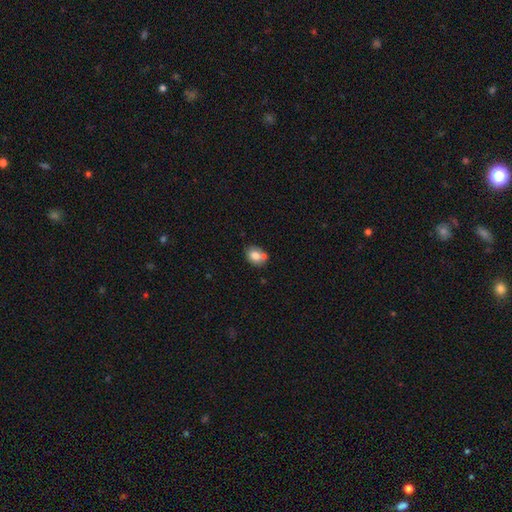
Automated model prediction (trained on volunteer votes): smooth 78%, featured or disk 13%, star or artifact 9%. Down the decision tree: how rounded — in between (55%); merging — none (56%).